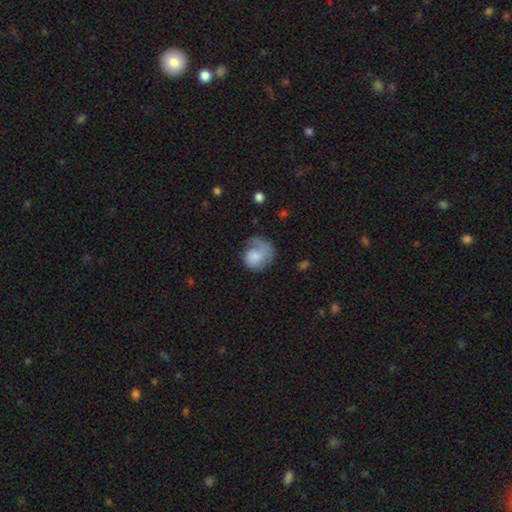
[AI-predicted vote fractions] Smooth or featured? smooth (58%)
How rounded? round (64%)
Merging? none (36%)